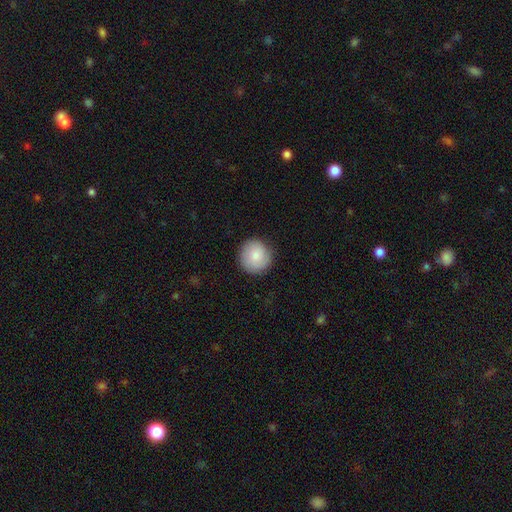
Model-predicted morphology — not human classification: Smooth or featured? smooth (83%)
How rounded? round (94%)
Merging? none (87%)